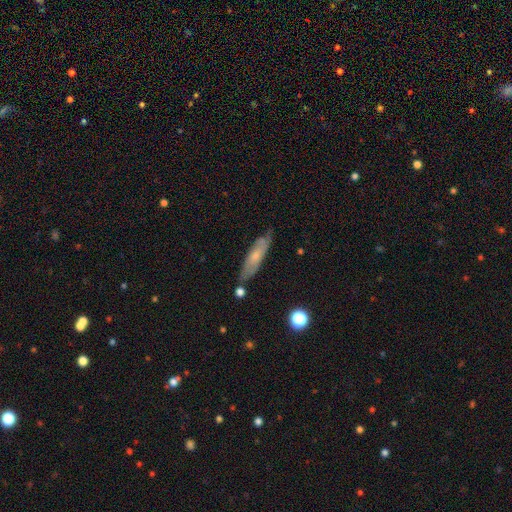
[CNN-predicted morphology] A smooth galaxy with no disk features (51%) that is cigar-shaped (70%). Merging: none (74%).